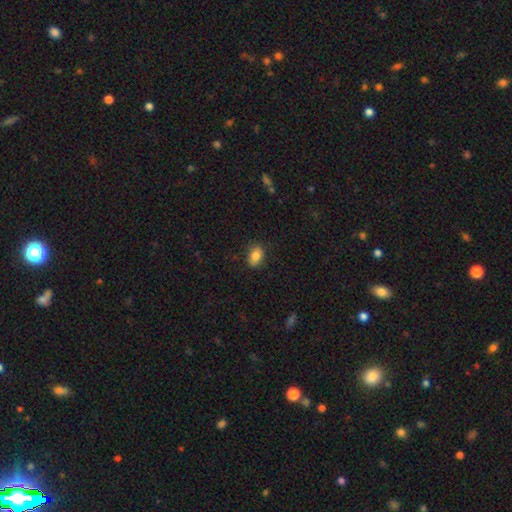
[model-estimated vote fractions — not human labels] Overall: smooth (84%). How rounded: in between (82%). Merging: none (85%).